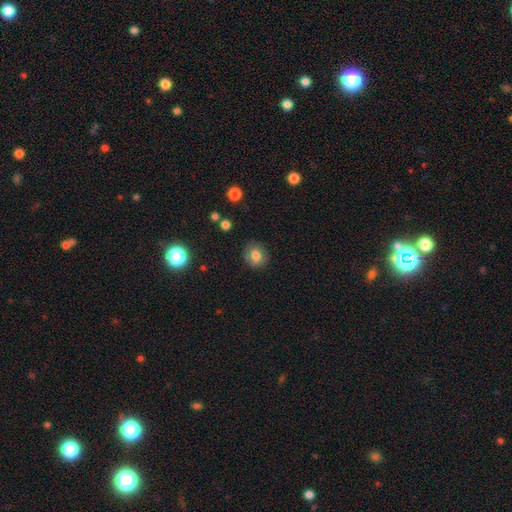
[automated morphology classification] Smooth or featured? smooth (76%)
How rounded? round (68%)
Merging? none (82%)